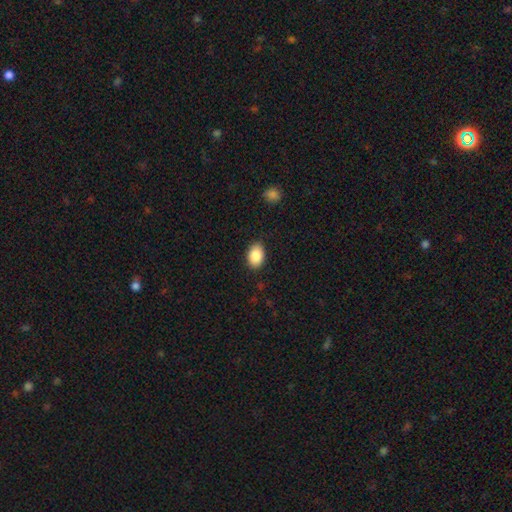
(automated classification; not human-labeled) Morphology: type=smooth (87%); roundness=in between (84%); merging=none (86%).